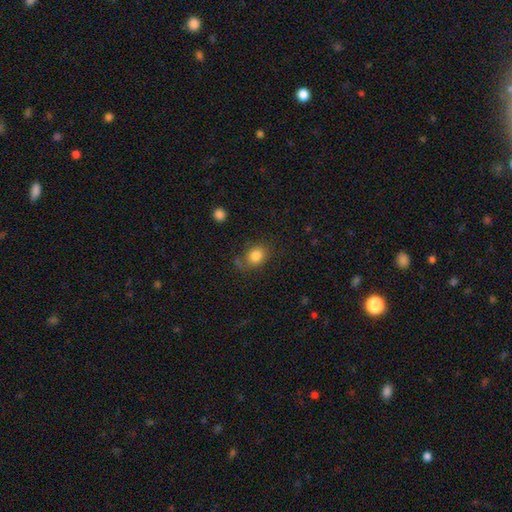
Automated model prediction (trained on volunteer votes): A smooth galaxy with no disk features (83%) that is in between round and cigar-shaped (51%). Merging: none (70%).